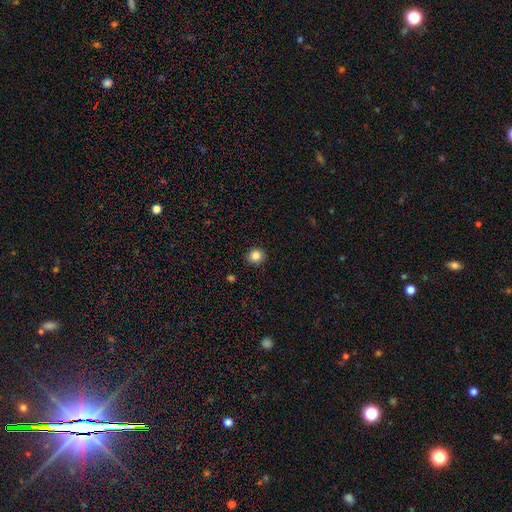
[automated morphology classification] Q: Smooth or featured?
A: smooth (85%); runner-up: star or artifact (11%)
Q: How rounded?
A: round (88%); runner-up: in between (11%)
Q: Merging?
A: none (92%); runner-up: minor disturbance (6%)